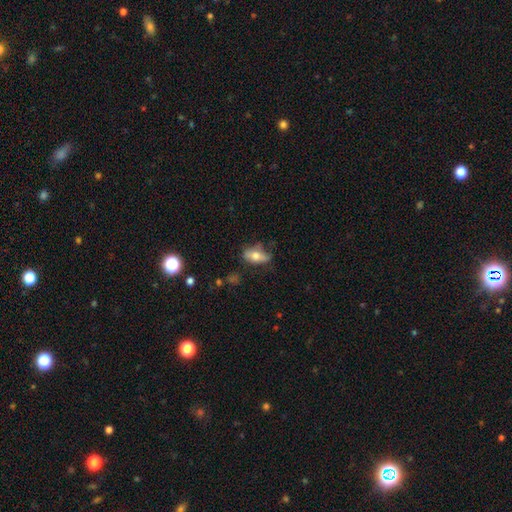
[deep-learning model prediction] The model was most divided on "merging": none: 47%, minor disturbance: 32%, major disturbance: 17%, merger: 4%. More confident: how rounded — in between (83%); smooth or featured — smooth (63%).